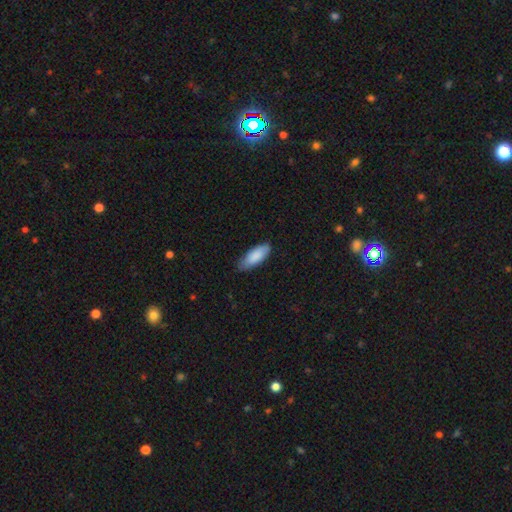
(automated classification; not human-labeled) Q: Smooth or featured?
A: smooth (87%); runner-up: featured or disk (8%)
Q: How rounded?
A: in between (74%); runner-up: cigar-shaped (25%)
Q: Merging?
A: none (76%); runner-up: minor disturbance (20%)